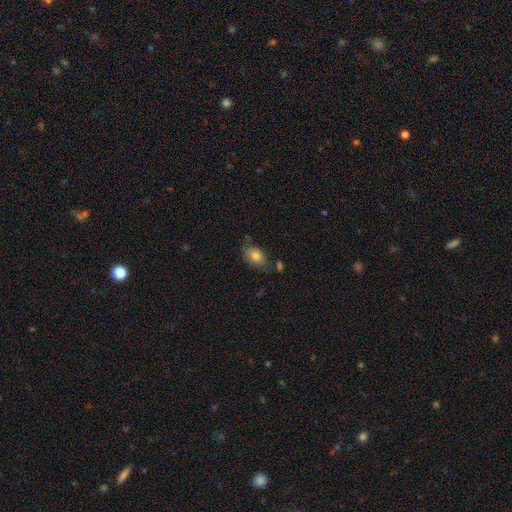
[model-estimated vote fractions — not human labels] The model was most divided on "merging": none: 62%, minor disturbance: 25%, major disturbance: 7%, merger: 6%. More confident: how rounded — in between (81%); smooth or featured — smooth (78%).